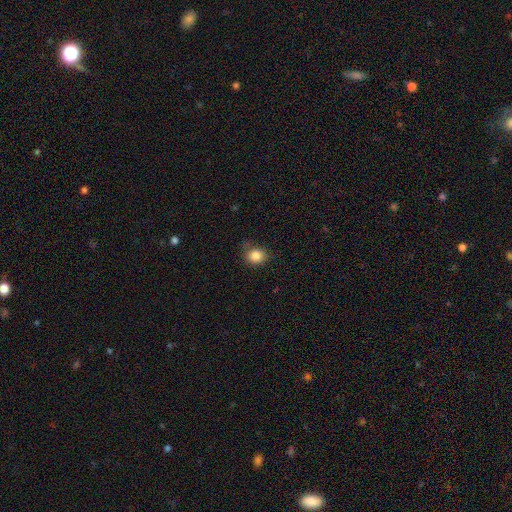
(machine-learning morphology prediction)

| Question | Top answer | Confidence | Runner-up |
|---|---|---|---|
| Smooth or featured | smooth | 85% | star or artifact (10%) |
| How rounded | round | 70% | in between (29%) |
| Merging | none | 71% | minor disturbance (22%) |